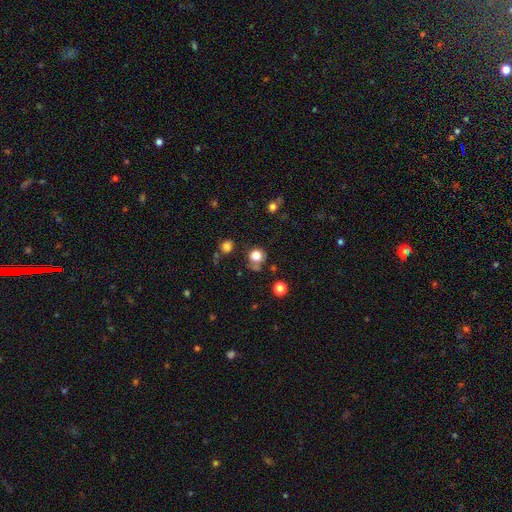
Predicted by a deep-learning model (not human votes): A smooth galaxy with no disk features (80%) that is round (88%). Merging: none (69%).